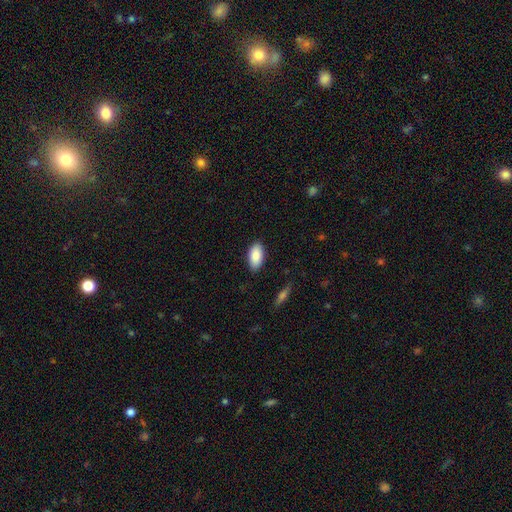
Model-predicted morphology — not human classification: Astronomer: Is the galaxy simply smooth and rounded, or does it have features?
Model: smooth — 88%.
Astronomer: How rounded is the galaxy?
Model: in between — 94%.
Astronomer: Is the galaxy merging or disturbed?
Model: none — 86%.